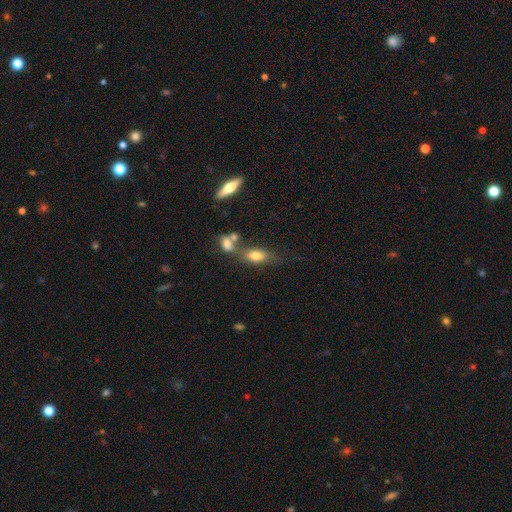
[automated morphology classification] Overall: smooth (72%). How rounded: in between (78%). Merging: none (46%; merger 30%).